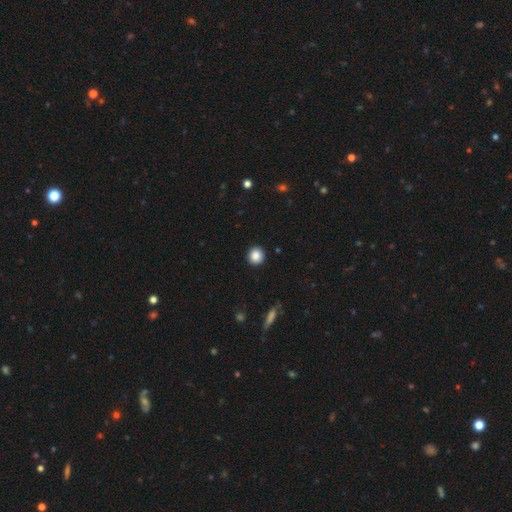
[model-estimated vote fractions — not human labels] Smooth or featured?
  - smooth: 87% *
  - star or artifact: 9%
  - featured or disk: 4%
How rounded?
  - round: 94% *
  - in between: 5%
  - cigar-shaped: 1%
Merging?
  - none: 93% *
  - minor disturbance: 5%
  - major disturbance: 2%
  - merger: 1%